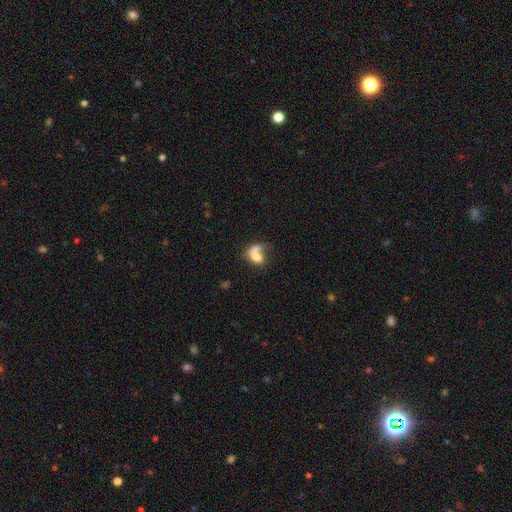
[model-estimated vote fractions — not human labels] Q: Smooth or featured?
A: smooth (67%); runner-up: featured or disk (24%)
Q: How rounded?
A: in between (74%); runner-up: round (23%)
Q: Merging?
A: merger (50%); runner-up: none (22%)